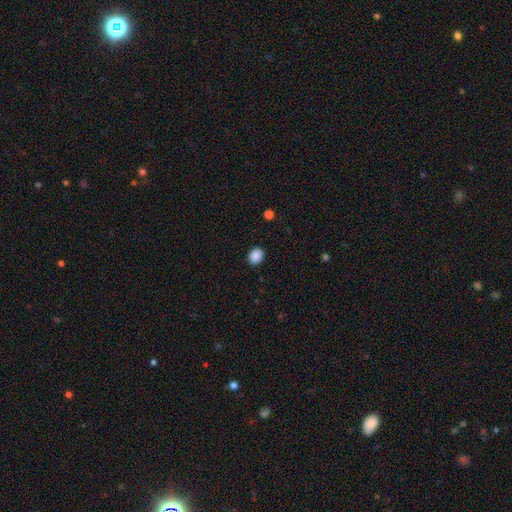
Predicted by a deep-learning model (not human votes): This is clearly a smooth galaxy (89%). How rounded: possibly round (52%). Merging: clearly none (90%).